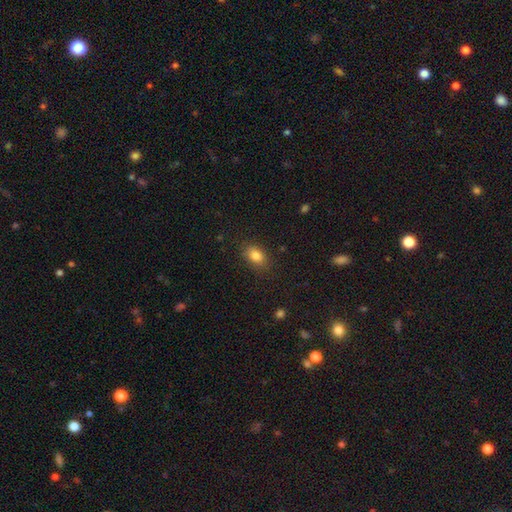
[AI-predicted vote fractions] This is clearly a smooth galaxy (83%). How rounded: clearly in between (81%). Merging: clearly none (84%).